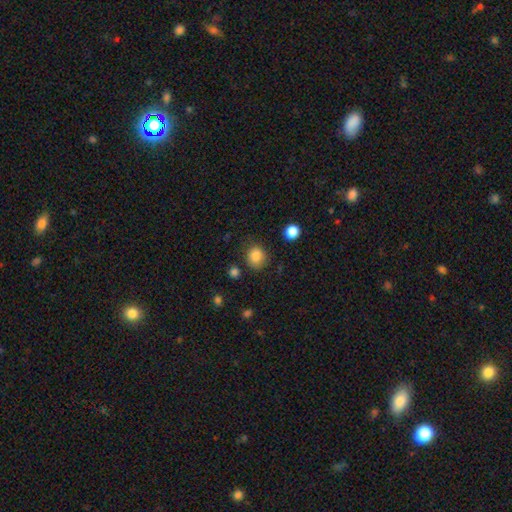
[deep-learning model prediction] A smooth galaxy with no disk features (85%) that is round (78%). Merging: none (79%).